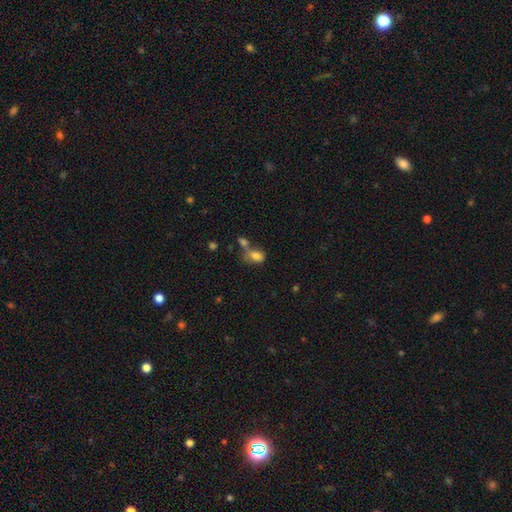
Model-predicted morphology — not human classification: A smooth galaxy with no disk features (77%) that is in between round and cigar-shaped (79%).

Vote fractions:
- Smooth or featured? smooth: 77% / featured or disk: 12% / star or artifact: 11%
- How rounded? in between: 79% / round: 19% / cigar-shaped: 2%
- Merging? merger: 39% / none: 34% / minor disturbance: 17% / major disturbance: 10%